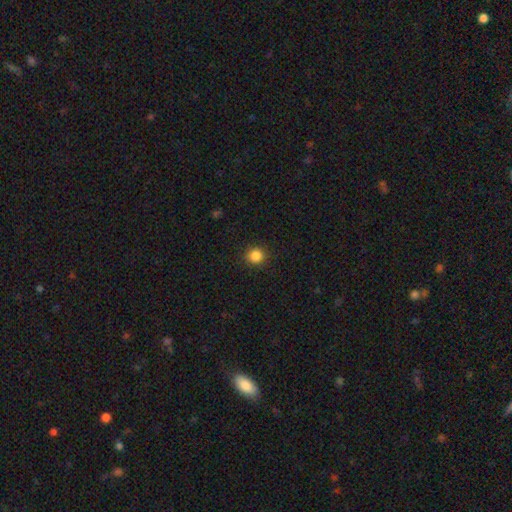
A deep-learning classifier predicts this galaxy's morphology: Smooth or featured? Predicted: smooth (p=0.85). How rounded? Predicted: round (p=0.92). Merging? Predicted: none (p=0.92).